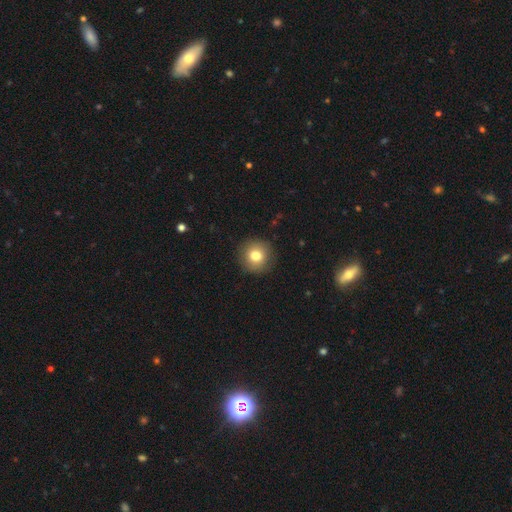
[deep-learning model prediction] This appears to be a smooth galaxy with no disk features (79%) that is round (93%). Merging: none (90%).